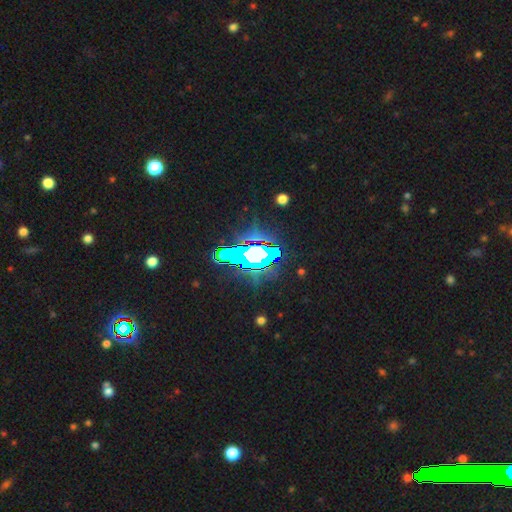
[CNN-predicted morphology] The model was most divided on "smooth or featured": star or artifact: 63%, featured or disk: 20%, smooth: 17%.